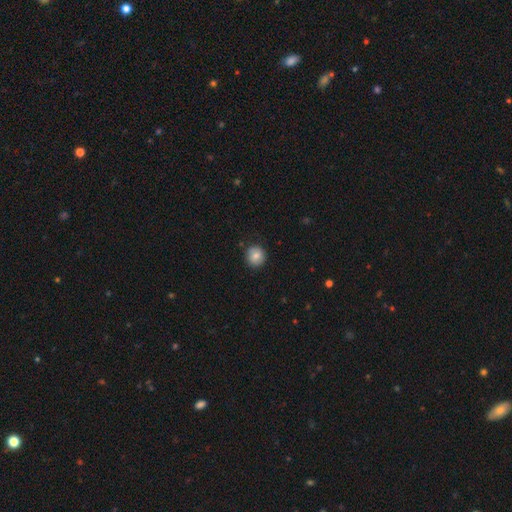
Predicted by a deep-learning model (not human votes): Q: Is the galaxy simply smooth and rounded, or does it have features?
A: smooth — 81%.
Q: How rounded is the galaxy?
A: round — 90%.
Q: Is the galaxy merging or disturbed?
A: none — 86%.